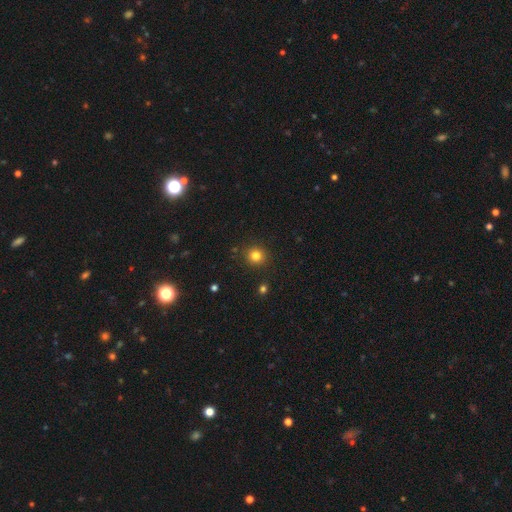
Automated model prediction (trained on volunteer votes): Morphology: type=smooth (82%); roundness=round (89%); merging=none (90%).